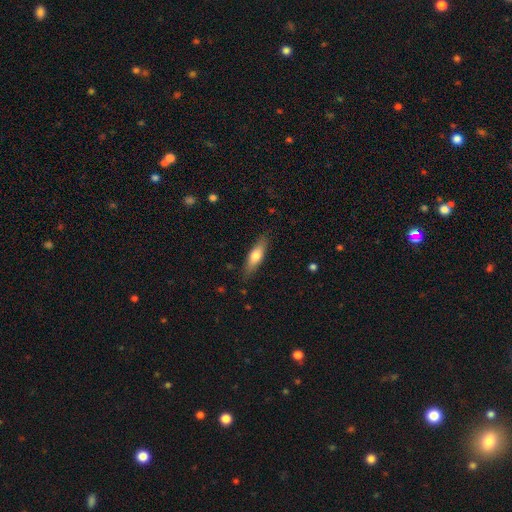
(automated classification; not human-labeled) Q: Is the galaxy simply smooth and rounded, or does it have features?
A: smooth — 64%.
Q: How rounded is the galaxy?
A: cigar-shaped — 54%.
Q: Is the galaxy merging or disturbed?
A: none — 84%.